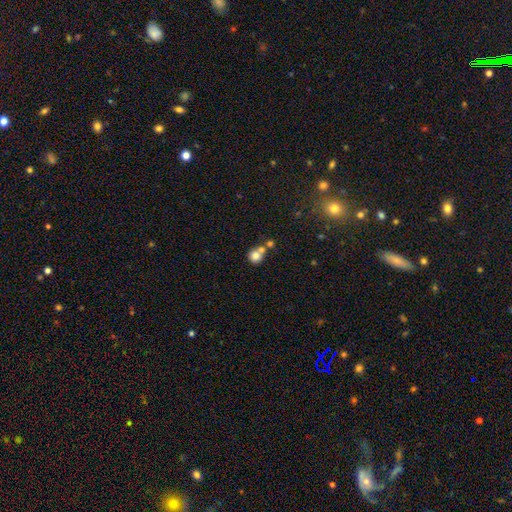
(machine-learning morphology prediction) Overall: smooth (77%). How rounded: round (86%). Merging: merger (44%; none 43%).